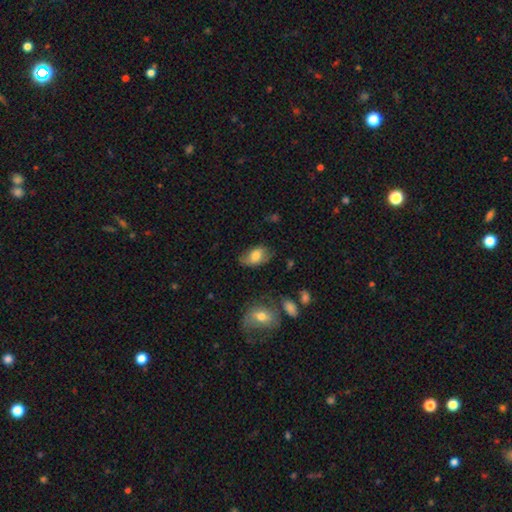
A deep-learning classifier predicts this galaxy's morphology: smooth 71%, featured or disk 21%, star or artifact 8%. Down the decision tree: how rounded — in between (89%); merging — none (56%).